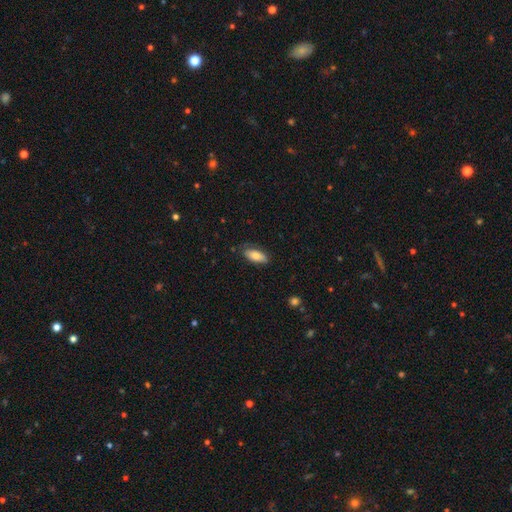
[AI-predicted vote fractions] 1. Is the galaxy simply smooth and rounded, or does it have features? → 79% smooth, 15% featured or disk, 6% star or artifact.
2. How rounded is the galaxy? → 83% in between, 15% cigar-shaped, 2% round.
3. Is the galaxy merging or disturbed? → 74% none, 21% minor disturbance, 4% major disturbance, 1% merger.